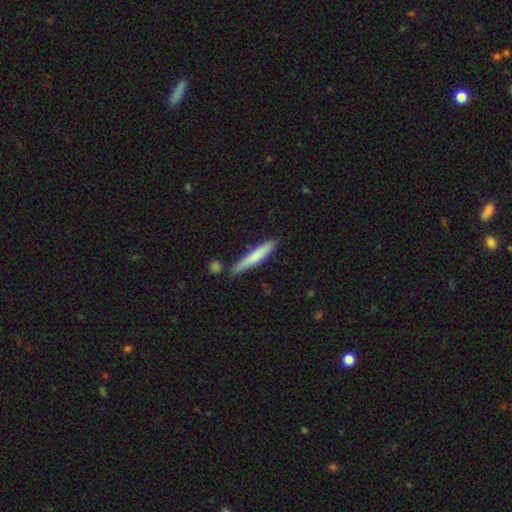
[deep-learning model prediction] Smooth or featured? smooth (72%)
How rounded? cigar-shaped (91%)
Merging? none (76%)